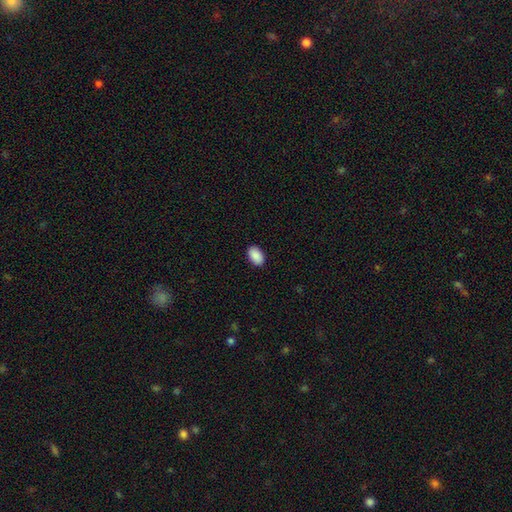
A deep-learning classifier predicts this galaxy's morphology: Smooth or featured: smooth — 91% (star or artifact — 6%)
How rounded: in between — 92% (round — 7%)
Merging: none — 90% (minor disturbance — 7%)